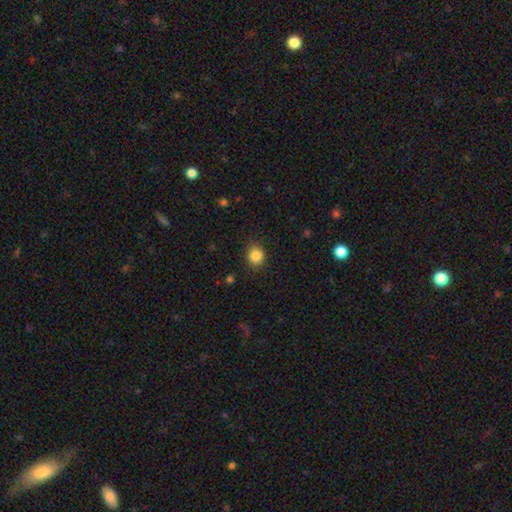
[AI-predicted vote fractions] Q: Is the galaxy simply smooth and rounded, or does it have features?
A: smooth — 86%.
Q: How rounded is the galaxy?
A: round — 71%.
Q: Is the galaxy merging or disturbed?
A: none — 82%.